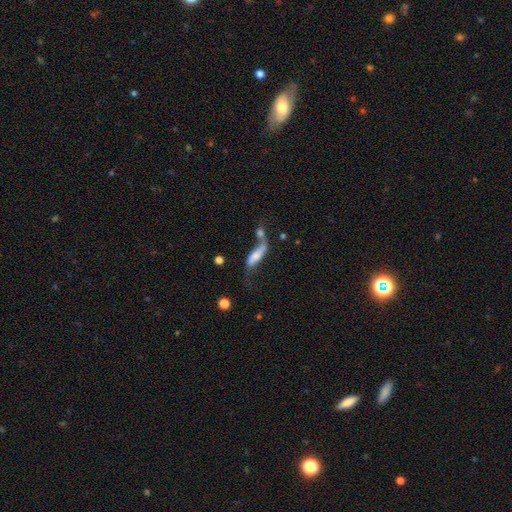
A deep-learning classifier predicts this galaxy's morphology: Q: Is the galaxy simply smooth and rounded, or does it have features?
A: smooth — 59%.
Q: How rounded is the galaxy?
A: cigar-shaped — 51%.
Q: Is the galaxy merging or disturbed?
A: merger — 45%.